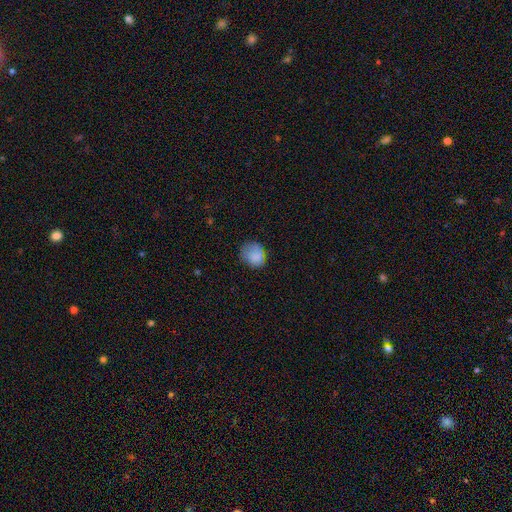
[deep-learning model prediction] This is clearly a smooth galaxy (82%). How rounded: likely round (63%). Merging: likely none (64%).